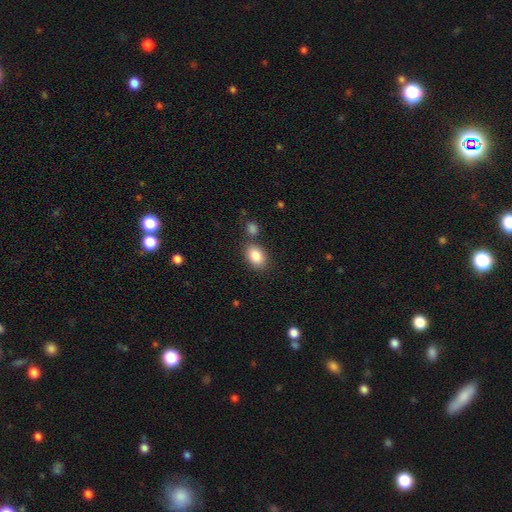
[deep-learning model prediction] The model was most divided on "merging": none: 74%, minor disturbance: 12%, merger: 11%, major disturbance: 3%. More confident: smooth or featured — smooth (85%); how rounded — in between (81%).